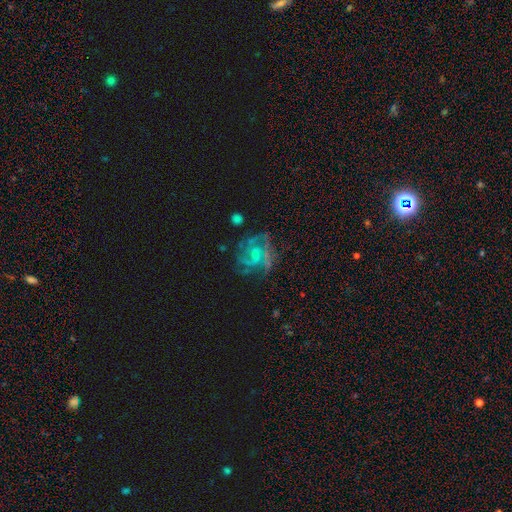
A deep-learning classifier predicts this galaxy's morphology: This is likely a featured or disk galaxy (70%). It is clearly not viewed edge-on (98%). Bar: possibly no (52%). Spiral arm pattern: clearly yes (84%). Spiral arm count: marginally can't tell (30%). Spiral winding: marginally medium (45%). Central bulge: possibly small (56%). Merging: possibly none (59%).